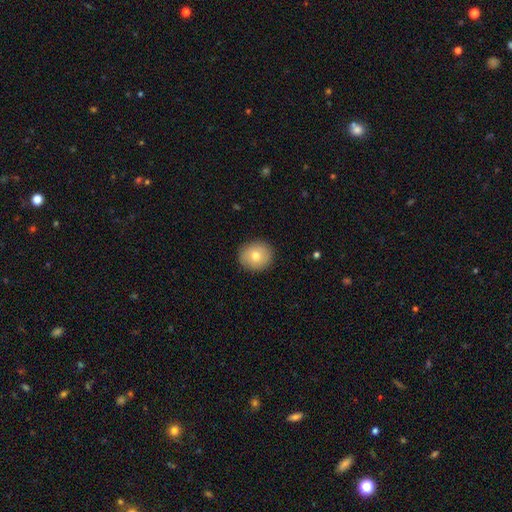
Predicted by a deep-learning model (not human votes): A smooth galaxy with no disk features (75%) that is round (81%).

Vote fractions:
- Smooth or featured? smooth: 75% / featured or disk: 16% / star or artifact: 9%
- How rounded? round: 81% / in between: 18% / cigar-shaped: 1%
- Merging? none: 90% / minor disturbance: 7% / major disturbance: 2% / merger: 1%